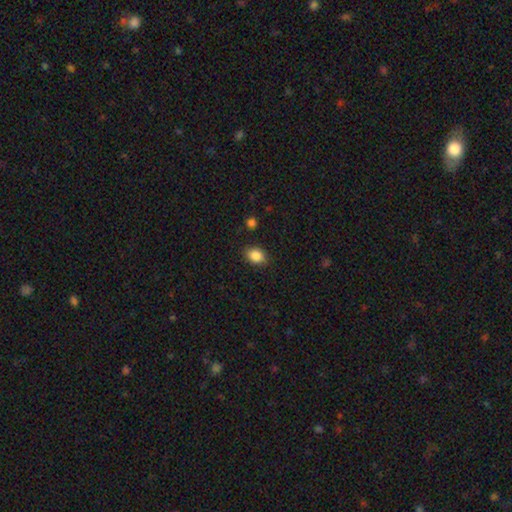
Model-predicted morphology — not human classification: smooth 87%, star or artifact 9%, featured or disk 4%. Down the decision tree: how rounded — in between (68%); merging — none (86%).